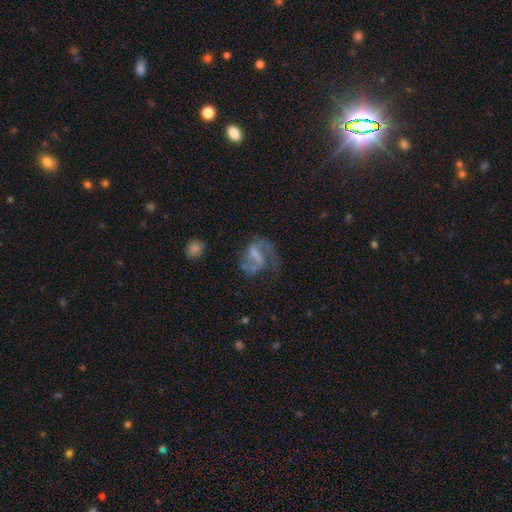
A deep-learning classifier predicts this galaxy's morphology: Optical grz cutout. It shows a featured or disk galaxy (72%) with a weak bar (43%), 2 (63%) medium (44%) spiral arms (84%) and no central bulge (55%). Merging: none (40%).